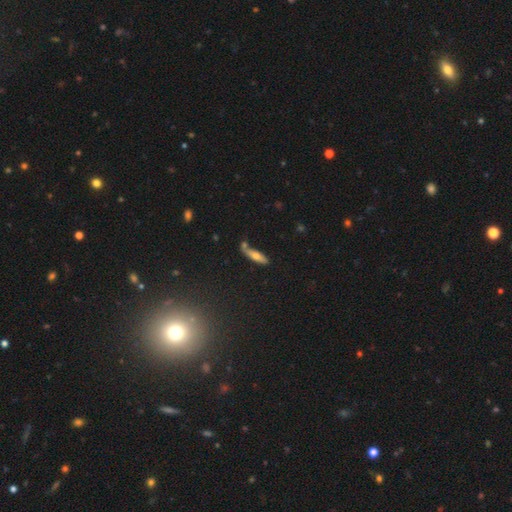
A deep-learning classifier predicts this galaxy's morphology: The model was most divided on "smooth or featured": smooth: 54%, featured or disk: 36%, star or artifact: 10%. More confident: how rounded — cigar-shaped (66%); merging — none (62%).